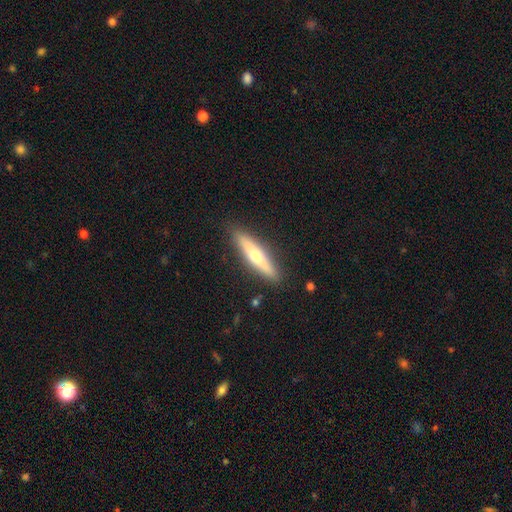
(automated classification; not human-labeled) A featured or disk galaxy (51%) viewed edge-on (92%).

Vote fractions:
- Smooth or featured? featured or disk: 51% / smooth: 43% / star or artifact: 6%
- Edge-on disk? yes: 92% / no: 8%
- Merging? none: 89% / minor disturbance: 8% / major disturbance: 2% / merger: 1%